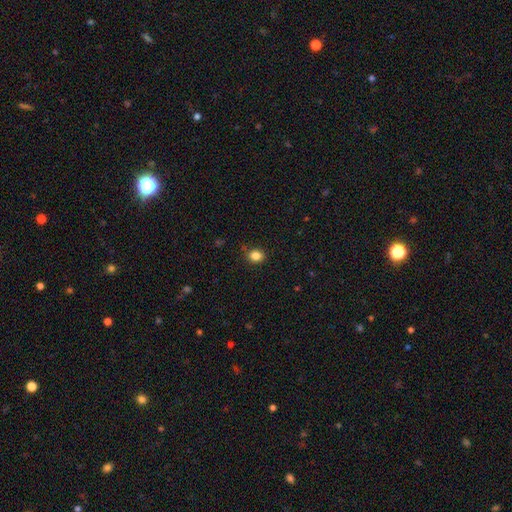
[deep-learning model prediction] The model was most divided on "how rounded": round: 63%, in between: 36%, cigar-shaped: 1%. More confident: merging — none (84%); smooth or featured — smooth (84%).